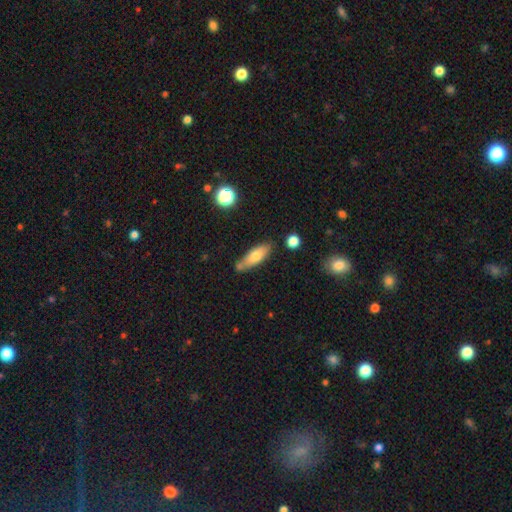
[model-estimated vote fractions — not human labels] Smooth or featured? smooth (69%)
How rounded? in between (57%)
Merging? none (67%)